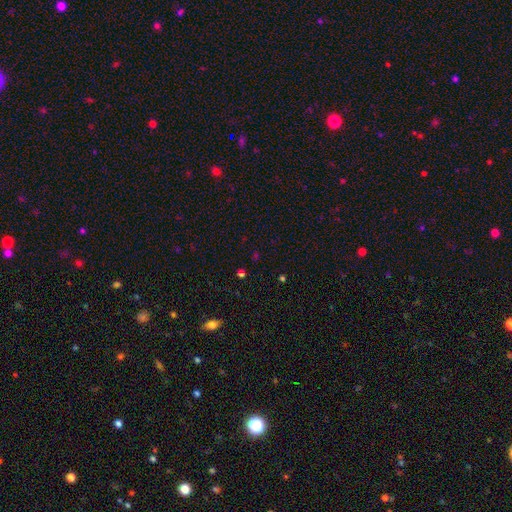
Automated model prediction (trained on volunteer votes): smooth_or_featured: star or artifact (p=0.57) [alt: smooth p=0.36]